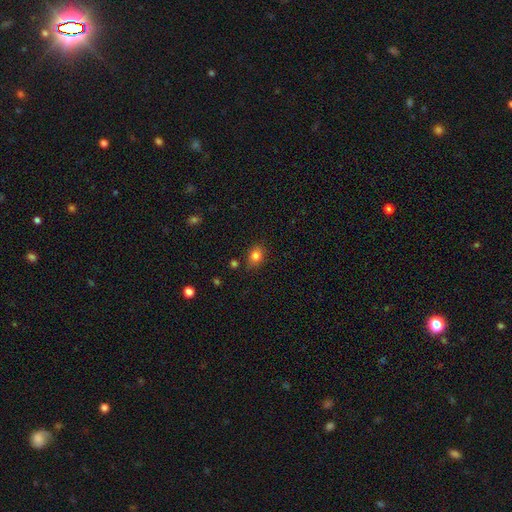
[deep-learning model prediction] Smooth or featured: smooth — 80% (star or artifact — 11%)
How rounded: in between — 64% (round — 34%)
Merging: none — 79% (minor disturbance — 15%)